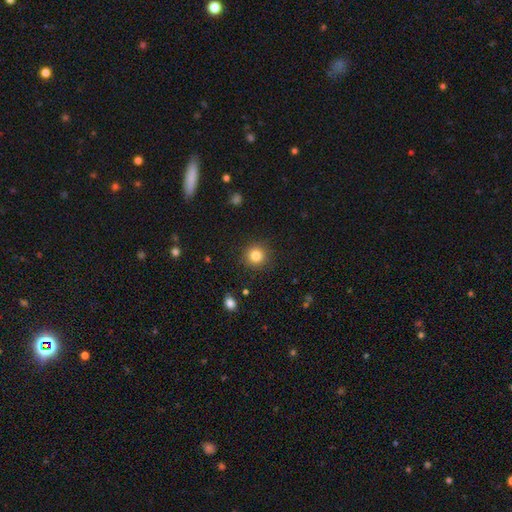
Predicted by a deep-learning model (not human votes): A smooth galaxy with no disk features (82%) that is round (94%). Merging: none (90%).